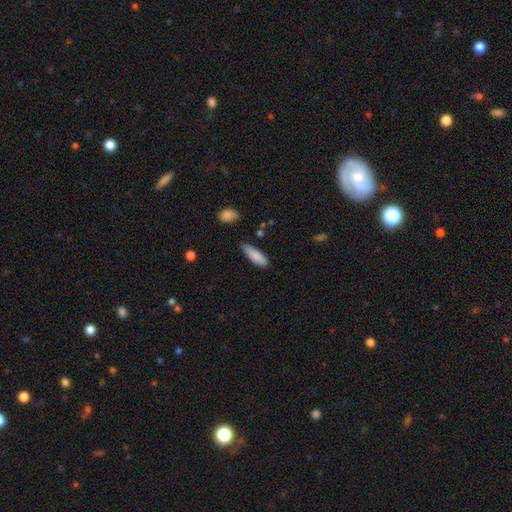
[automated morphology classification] smooth 85%, featured or disk 8%, star or artifact 6%. Down the decision tree: how rounded — cigar-shaped (51%); merging — none (74%).